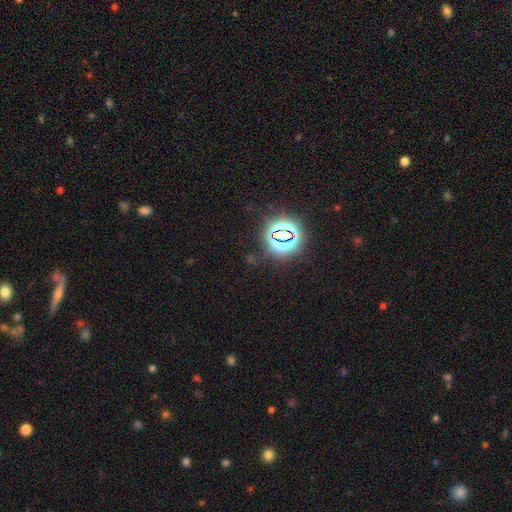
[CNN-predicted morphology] This is likely a star or artifact rather than a galaxy (80%).